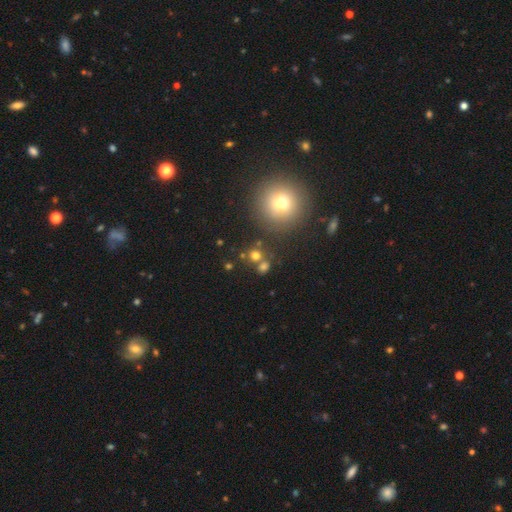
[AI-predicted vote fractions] Q: Smooth or featured?
A: smooth (68%); runner-up: star or artifact (22%)
Q: How rounded?
A: round (86%); runner-up: in between (13%)
Q: Merging?
A: none (64%); runner-up: merger (25%)